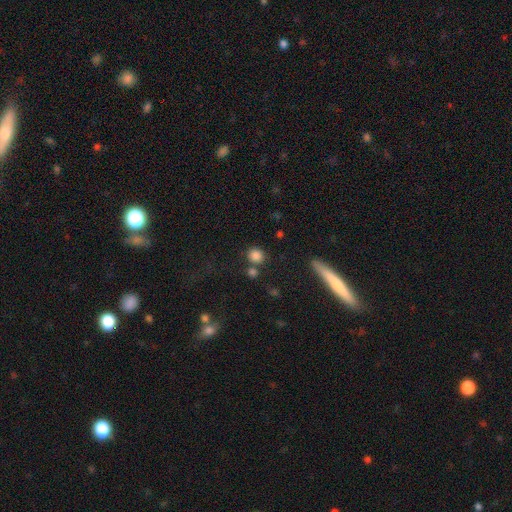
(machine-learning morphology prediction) Overall: smooth (83%). How rounded: round (84%). Merging: none (71%).